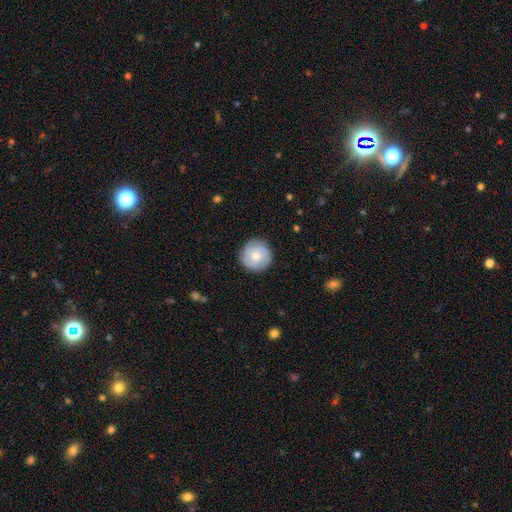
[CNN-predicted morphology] smooth-or-featured: featured or disk: 55% | smooth: 39% | star or artifact: 6%
  disk-edge-on: no: 98% | yes: 2%
    bar: no: 73% | weak: 23% | strong: 4%
    has-spiral-arms: yes: 86% | no: 14%
    bulge-size: moderate: 60% | small: 30% | large: 6% | none: 3% | dominant: 1%
  merging: none: 86% | minor disturbance: 10% | major disturbance: 3% | merger: 1%